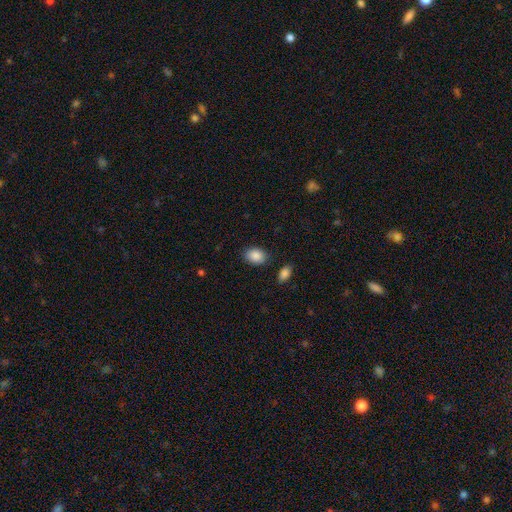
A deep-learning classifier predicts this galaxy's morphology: Q: Smooth or featured?
A: smooth (88%); runner-up: star or artifact (7%)
Q: How rounded?
A: in between (74%); runner-up: round (25%)
Q: Merging?
A: none (85%); runner-up: minor disturbance (10%)